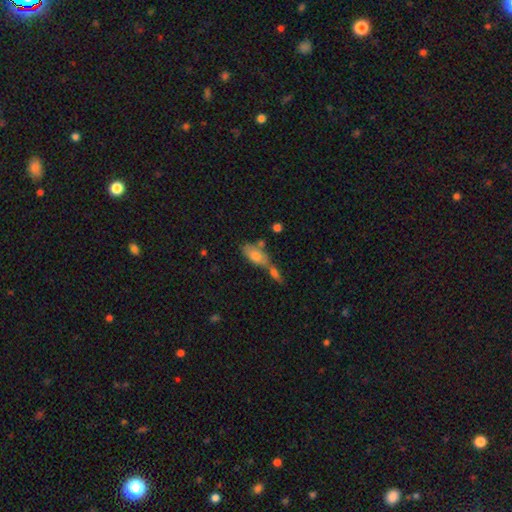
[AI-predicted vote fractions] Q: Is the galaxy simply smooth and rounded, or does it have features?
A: smooth — 73%.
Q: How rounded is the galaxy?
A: in between — 83%.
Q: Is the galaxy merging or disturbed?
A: merger — 46%.